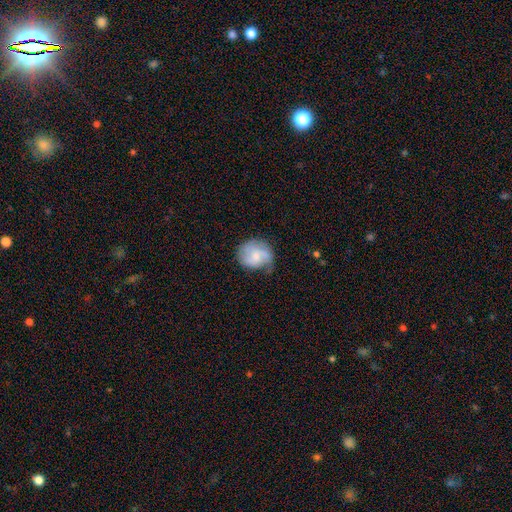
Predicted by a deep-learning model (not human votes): smooth_or_featured: smooth (p=0.47) [alt: featured or disk p=0.46]
merging: none (p=0.53) [alt: minor disturbance p=0.32]